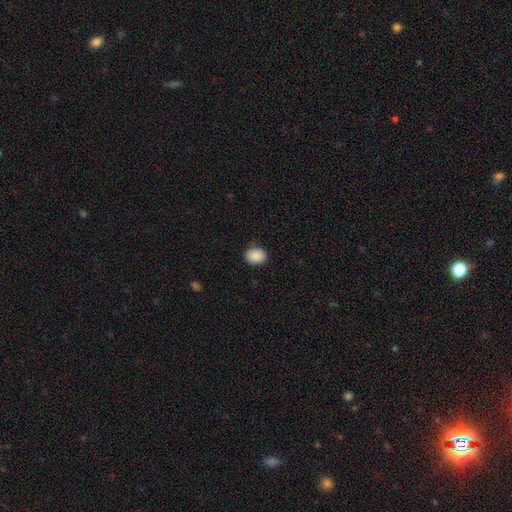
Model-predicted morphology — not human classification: The model was most divided on "how rounded": in between: 58%, round: 41%, cigar-shaped: 1%. More confident: smooth or featured — smooth (90%); merging — none (84%).